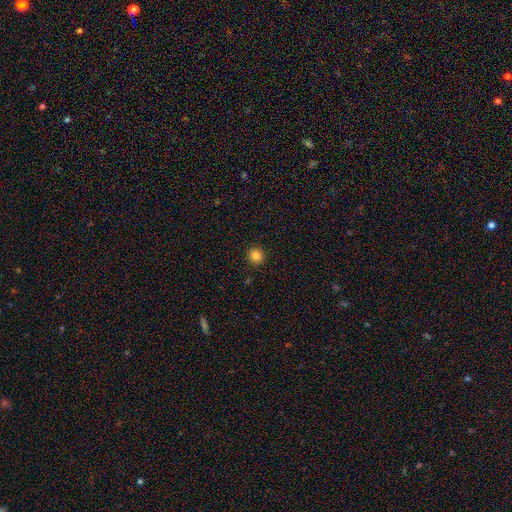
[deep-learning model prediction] Smooth or featured? Predicted: smooth (p=0.85). How rounded? Predicted: round (p=0.91). Merging? Predicted: none (p=0.92).